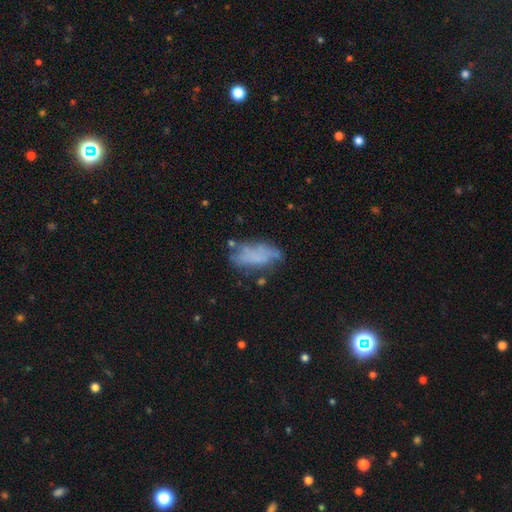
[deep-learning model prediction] This is possibly a smooth galaxy (56%). How rounded: clearly in between (85%). Merging: possibly none (47%).